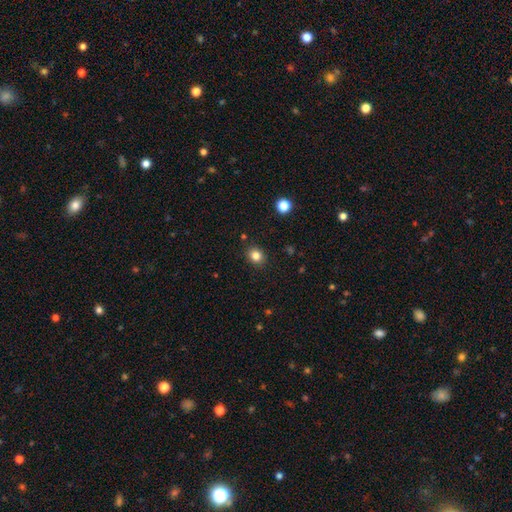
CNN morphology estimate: smooth_or_featured: smooth (p=0.82) [alt: star or artifact p=0.12]
how_rounded: round (p=0.69) [alt: in between p=0.30]
merging: none (p=0.89) [alt: minor disturbance p=0.08]